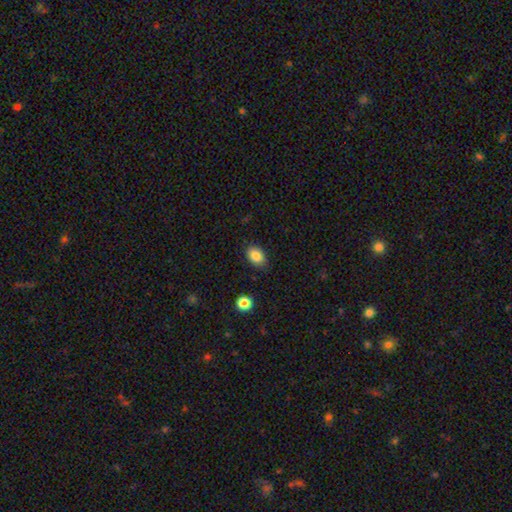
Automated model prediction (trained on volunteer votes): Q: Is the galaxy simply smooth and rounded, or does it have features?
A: smooth — 85%.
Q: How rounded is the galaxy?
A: in between — 81%.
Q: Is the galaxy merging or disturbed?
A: none — 84%.